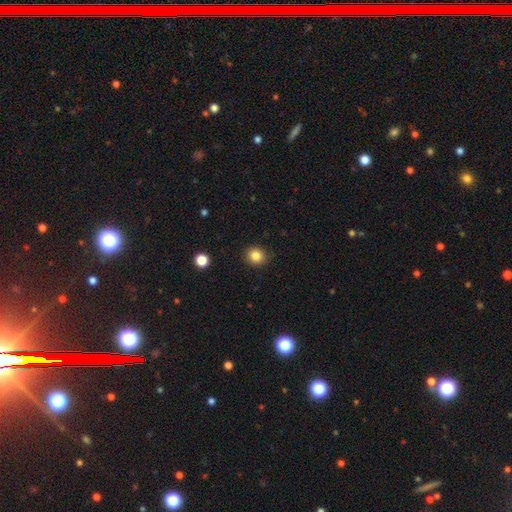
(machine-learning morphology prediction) Smooth or featured?
  - smooth: 84% *
  - star or artifact: 11%
  - featured or disk: 5%
How rounded?
  - round: 86% *
  - in between: 13%
  - cigar-shaped: 1%
Merging?
  - none: 89% *
  - minor disturbance: 8%
  - major disturbance: 2%
  - merger: 1%